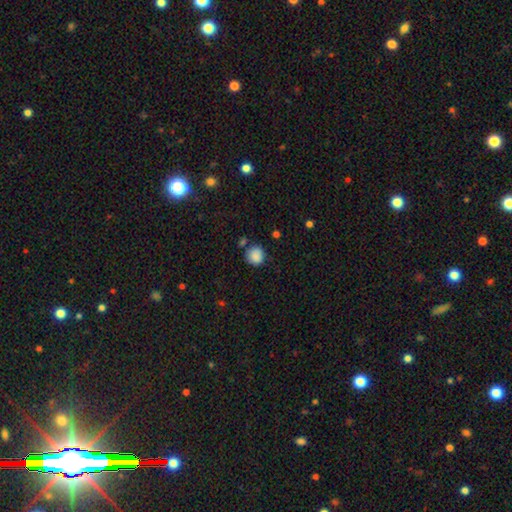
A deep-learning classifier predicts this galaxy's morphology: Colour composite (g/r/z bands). It shows a smooth galaxy with no disk features (87%) that is round (88%). Merging: none (74%).